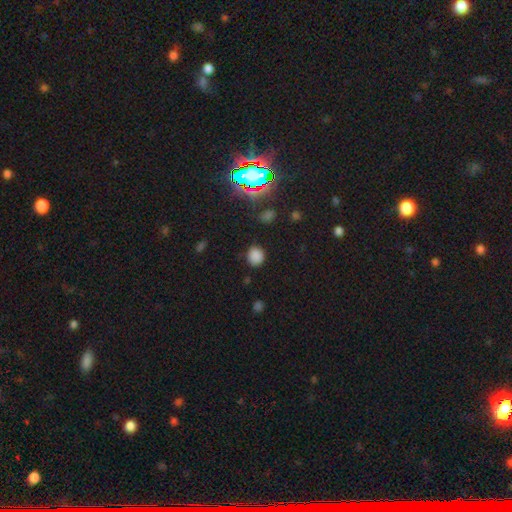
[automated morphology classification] This is likely a smooth galaxy (78%). How rounded: likely round (75%). Merging: clearly none (83%).